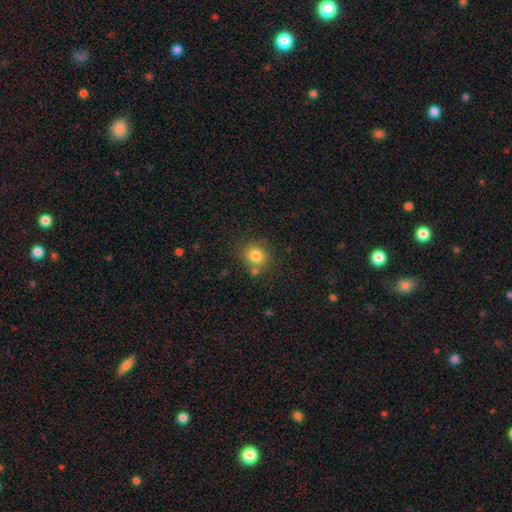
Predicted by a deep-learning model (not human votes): smooth-or-featured: smooth: 81% | star or artifact: 11% | featured or disk: 8%
  how-rounded: round: 83% | in between: 16% | cigar-shaped: 1%
  merging: none: 73% | minor disturbance: 12% | merger: 11% | major disturbance: 4%